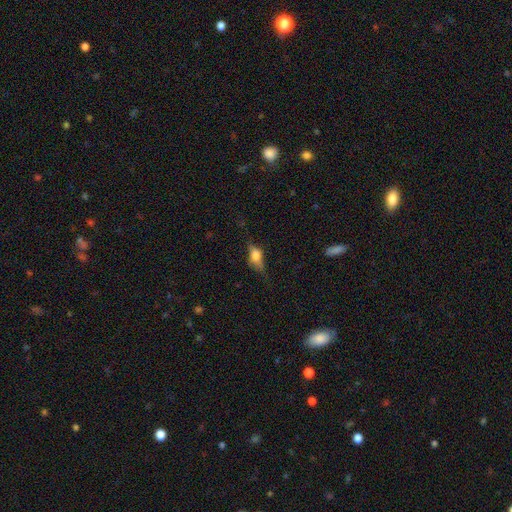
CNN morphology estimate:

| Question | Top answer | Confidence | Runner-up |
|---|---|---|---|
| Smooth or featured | smooth | 52% | featured or disk (38%) |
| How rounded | in between | 70% | cigar-shaped (16%) |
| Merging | none | 63% | minor disturbance (24%) |